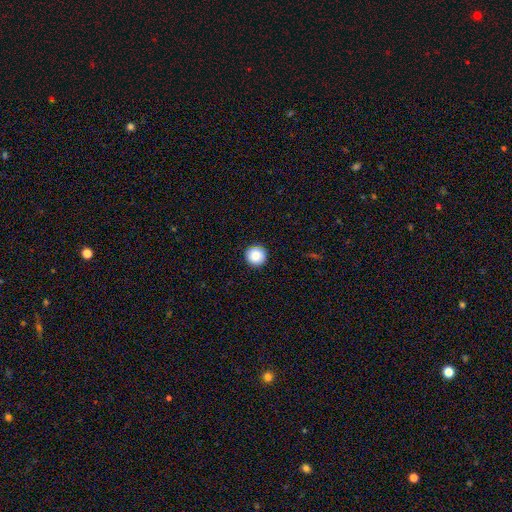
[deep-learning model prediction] The model was most divided on "smooth or featured": smooth: 86%, star or artifact: 9%, featured or disk: 6%. More confident: how rounded — round (96%); merging — none (92%).